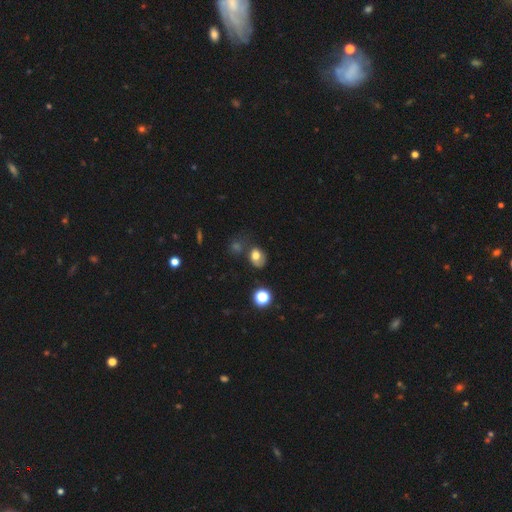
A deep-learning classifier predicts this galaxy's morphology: Smooth or featured? smooth (71%)
How rounded? in between (60%)
Merging? none (46%)